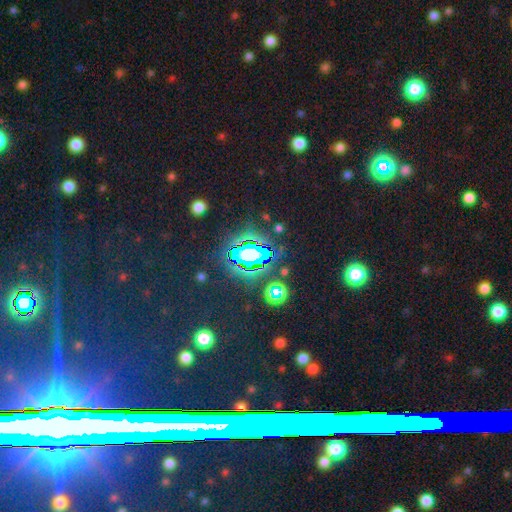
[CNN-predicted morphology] The model was most divided on "smooth or featured": star or artifact: 74%, smooth: 16%, featured or disk: 10%.